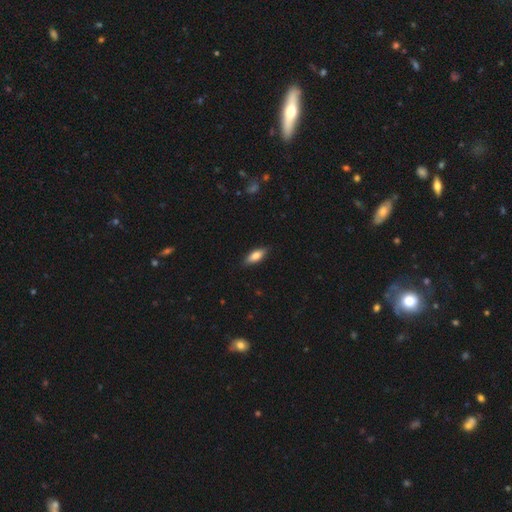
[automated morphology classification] smooth-or-featured: smooth: 76% | featured or disk: 18% | star or artifact: 6%
  how-rounded: in between: 70% | cigar-shaped: 28% | round: 2%
  merging: none: 87% | minor disturbance: 10% | major disturbance: 2% | merger: 1%